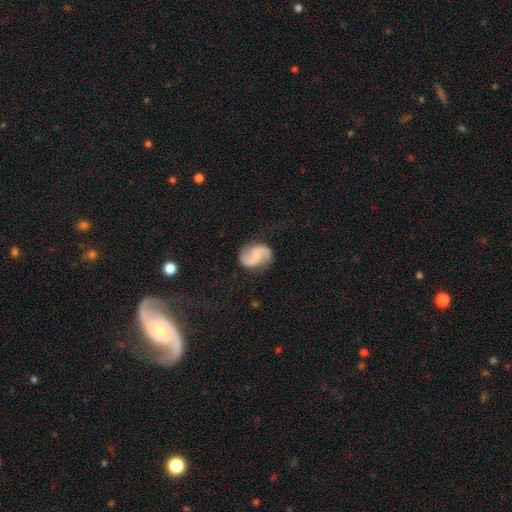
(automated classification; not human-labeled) Smooth or featured?
  - featured or disk: 80% *
  - smooth: 14%
  - star or artifact: 6%
Edge-on disk?
  - no: 98% *
  - yes: 2%
Bar?
  - weak: 45% *
  - no: 35%
  - strong: 20%
Spiral arms?
  - yes: 96% *
  - no: 4%
Spiral winding?
  - loose: 58% *
  - medium: 34%
  - tight: 9%
Spiral arm count?
  - 2: 93% *
  - can't tell: 2%
  - 1: 2%
  - 3: 1%
  - 4: 1%
  - more than 4: 1%
Bulge size?
  - none: 43% *
  - small: 35%
  - moderate: 18%
  - large: 3%
  - dominant: 1%
Merging?
  - none: 81% *
  - minor disturbance: 13%
  - major disturbance: 5%
  - merger: 1%